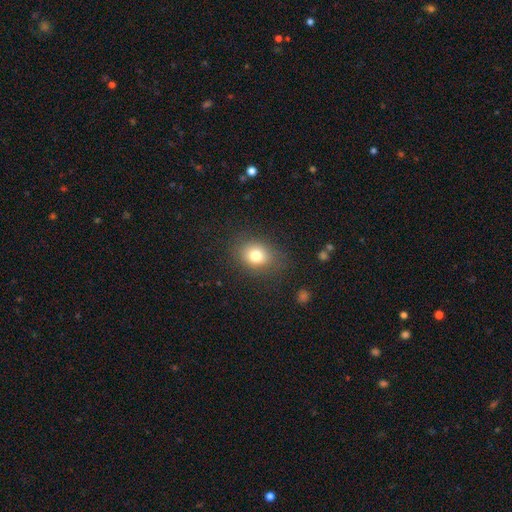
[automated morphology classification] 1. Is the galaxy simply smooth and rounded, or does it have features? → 78% smooth, 12% star or artifact, 10% featured or disk.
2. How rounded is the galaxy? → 50% in between, 49% round, 1% cigar-shaped.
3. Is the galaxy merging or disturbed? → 79% none, 14% minor disturbance, 6% major disturbance, 1% merger.